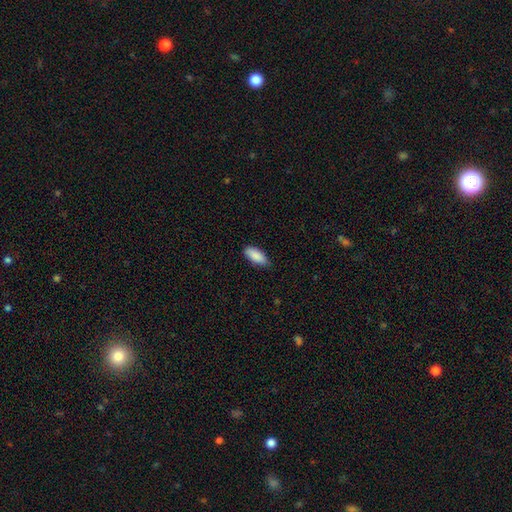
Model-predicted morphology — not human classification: type=smooth (89%); roundness=in between (85%); merging=none (79%).